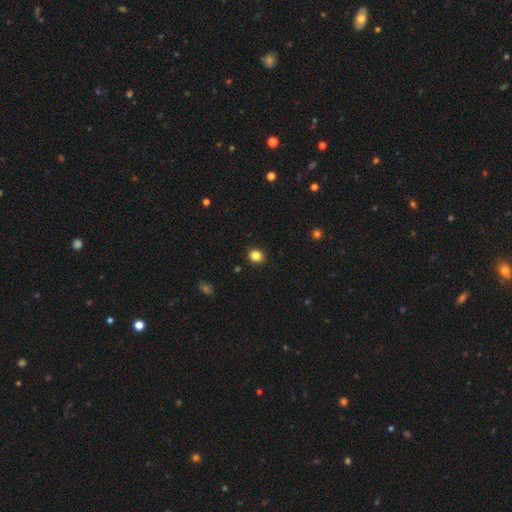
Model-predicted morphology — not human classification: Smooth or featured? smooth (83%)
How rounded? round (87%)
Merging? none (92%)